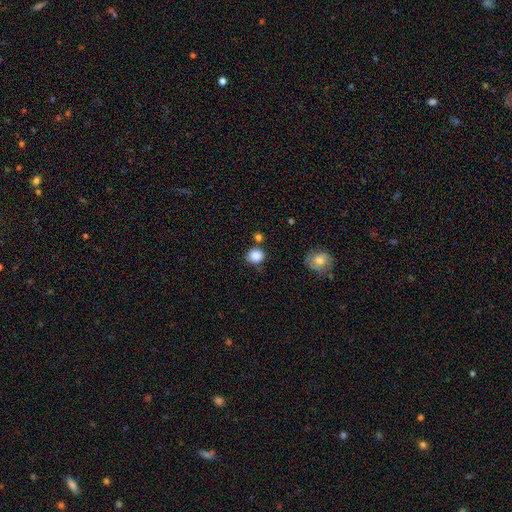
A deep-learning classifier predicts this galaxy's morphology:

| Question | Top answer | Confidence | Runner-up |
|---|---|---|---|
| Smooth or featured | smooth | 87% | star or artifact (9%) |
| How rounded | round | 81% | in between (18%) |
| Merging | none | 71% | minor disturbance (16%) |